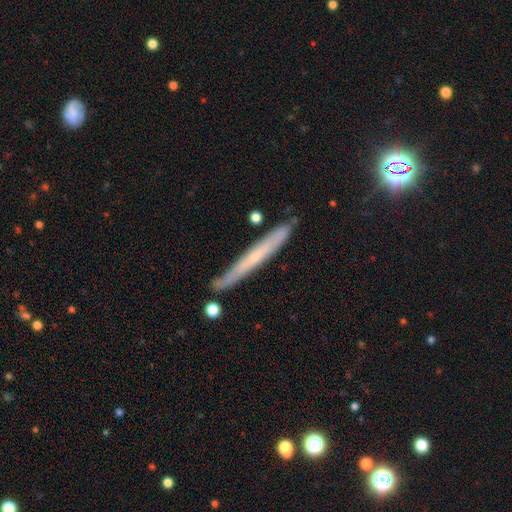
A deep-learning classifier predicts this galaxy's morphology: This is possibly a featured or disk galaxy (50%). It is clearly viewed edge-on (90%). Merging: clearly none (80%).